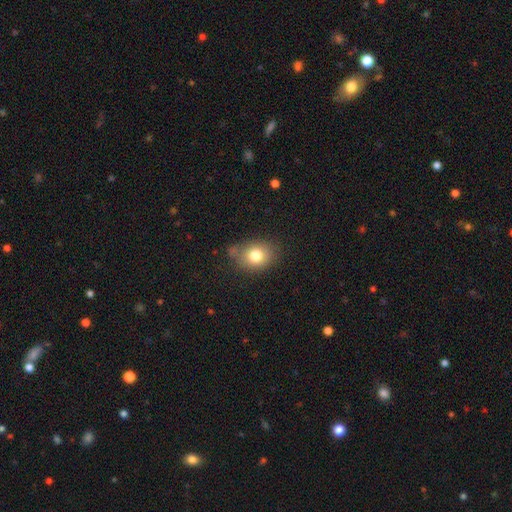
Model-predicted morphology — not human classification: smooth_or_featured: smooth (p=0.78) [alt: featured or disk p=0.11]
how_rounded: in between (p=0.55) [alt: round p=0.44]
merging: none (p=0.68) [alt: minor disturbance p=0.22]